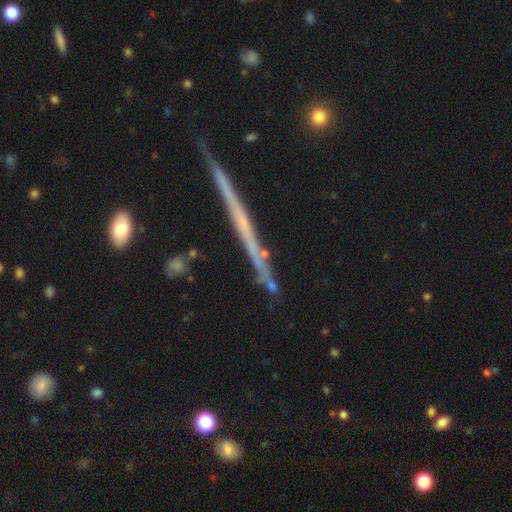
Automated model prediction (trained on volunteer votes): featured or disk 59%, smooth 29%, star or artifact 12%. Down the decision tree: edge-on disk — yes (95%); edge-on bulge — none (81%); merging — none (79%).